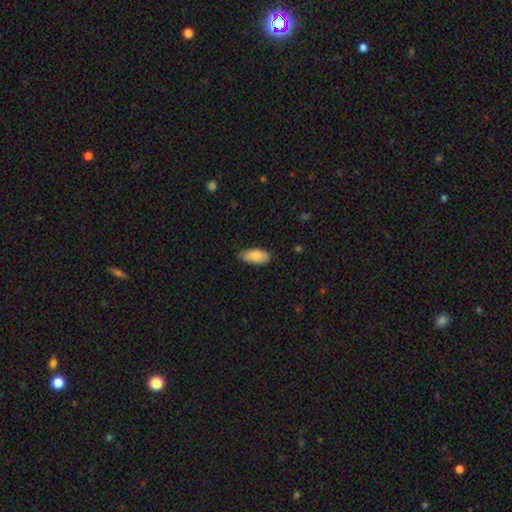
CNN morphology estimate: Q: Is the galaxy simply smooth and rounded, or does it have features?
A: smooth — 84%.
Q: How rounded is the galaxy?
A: in between — 92%.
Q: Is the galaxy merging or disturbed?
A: none — 78%.